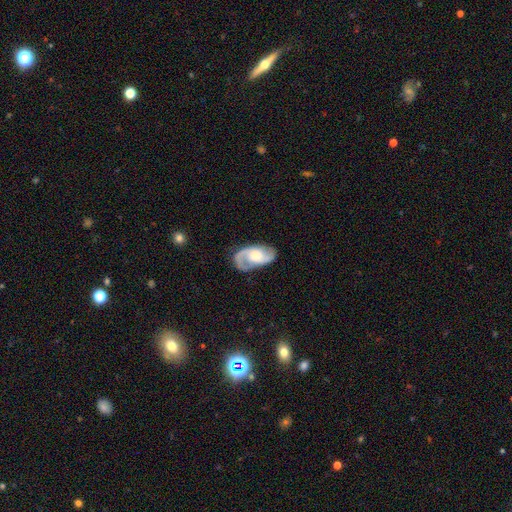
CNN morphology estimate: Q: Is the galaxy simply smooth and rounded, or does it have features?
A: featured or disk — 82%.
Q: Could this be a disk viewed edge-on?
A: no — 97%.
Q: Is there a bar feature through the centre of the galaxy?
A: no — 58%.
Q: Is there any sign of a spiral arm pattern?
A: yes — 96%.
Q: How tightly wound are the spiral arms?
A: medium — 51%.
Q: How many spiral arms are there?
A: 2 — 88%.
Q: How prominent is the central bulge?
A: moderate — 45%.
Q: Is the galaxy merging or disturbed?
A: none — 78%.